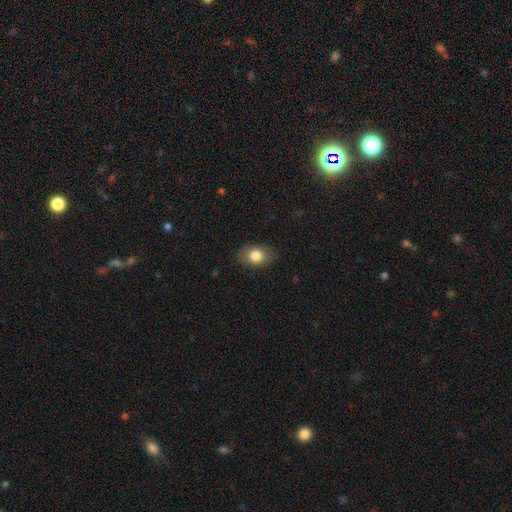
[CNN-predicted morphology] A smooth galaxy with no disk features (80%) that is in between round and cigar-shaped (75%).

Vote fractions:
- Smooth or featured? smooth: 80% / featured or disk: 11% / star or artifact: 9%
- How rounded? in between: 75% / round: 23% / cigar-shaped: 1%
- Merging? none: 83% / minor disturbance: 13% / major disturbance: 3% / merger: 1%